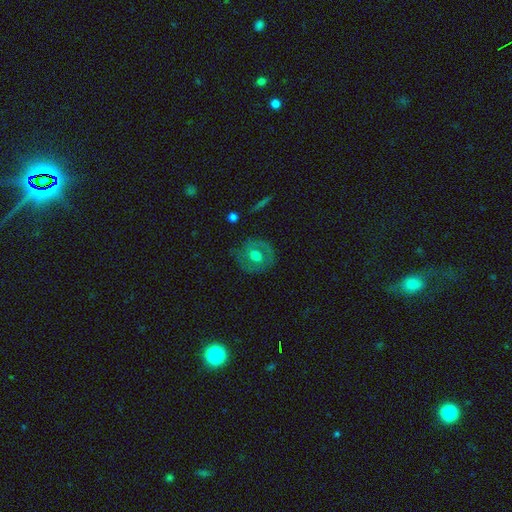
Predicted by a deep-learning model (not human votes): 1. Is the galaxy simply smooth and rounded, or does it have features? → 49% featured or disk, 44% smooth, 7% star or artifact.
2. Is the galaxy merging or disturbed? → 75% none, 17% minor disturbance, 7% major disturbance, 2% merger.